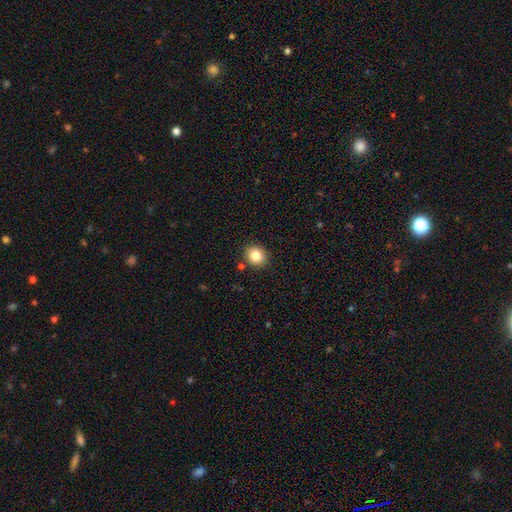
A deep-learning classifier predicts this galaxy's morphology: The model was most divided on "how rounded": round: 76%, in between: 23%, cigar-shaped: 1%. More confident: merging — none (89%); smooth or featured — smooth (84%).